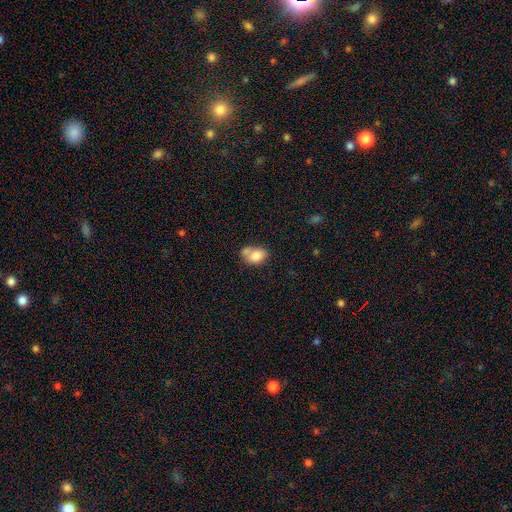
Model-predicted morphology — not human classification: smooth_or_featured: smooth (p=0.78) [alt: featured or disk p=0.14]
how_rounded: in between (p=0.74) [alt: round p=0.25]
merging: merger (p=0.38) [alt: none p=0.37]